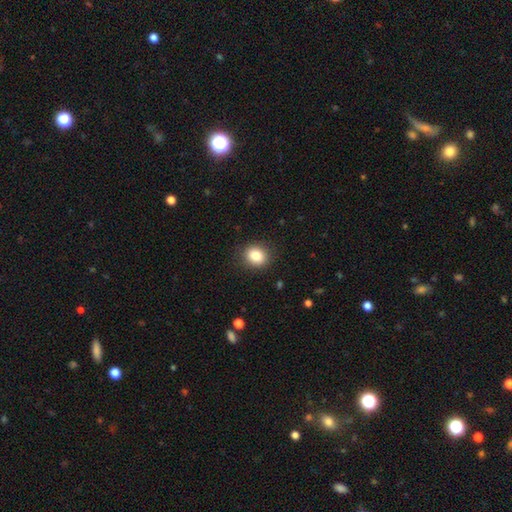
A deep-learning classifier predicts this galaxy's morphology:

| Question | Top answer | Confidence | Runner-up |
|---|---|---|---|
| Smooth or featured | smooth | 84% | star or artifact (10%) |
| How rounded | round | 72% | in between (27%) |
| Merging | none | 89% | minor disturbance (8%) |